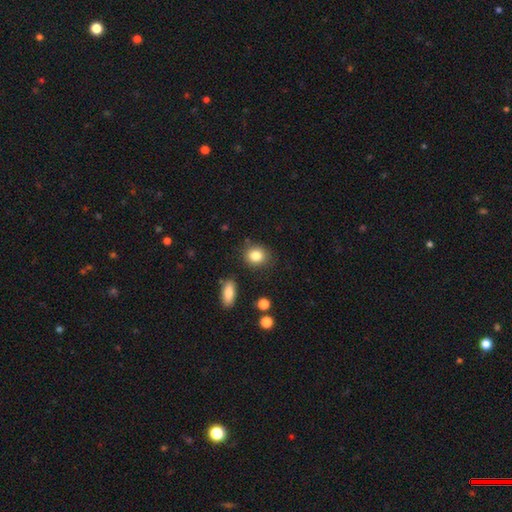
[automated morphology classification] Q: Smooth or featured?
A: smooth (84%); runner-up: star or artifact (9%)
Q: How rounded?
A: round (70%); runner-up: in between (29%)
Q: Merging?
A: none (83%); runner-up: minor disturbance (11%)